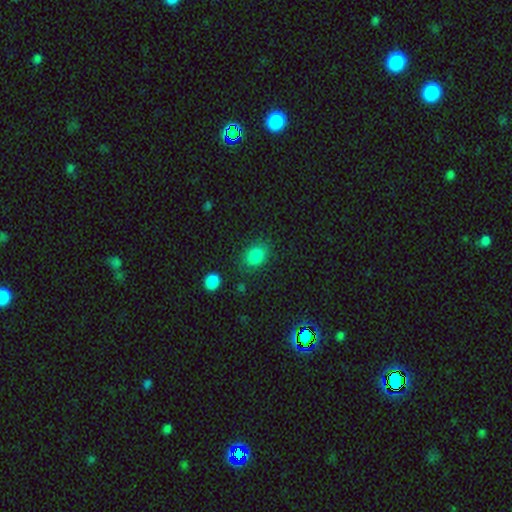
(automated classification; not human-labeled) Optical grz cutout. It shows a smooth galaxy with no disk features (83%) that is in between round and cigar-shaped (61%). Merging: none (80%).